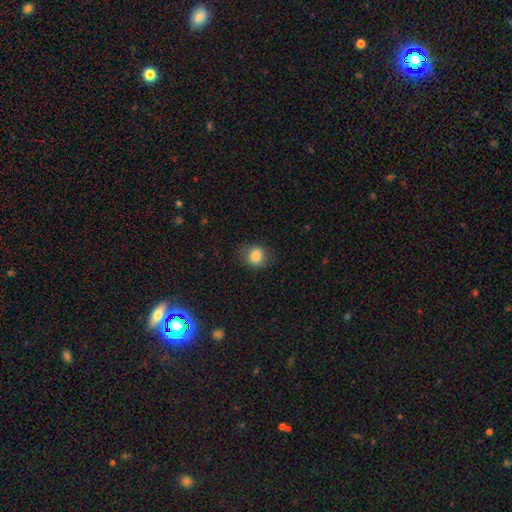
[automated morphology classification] This appears to be a smooth galaxy with no disk features (83%) that is round (61%). Merging: none (75%).